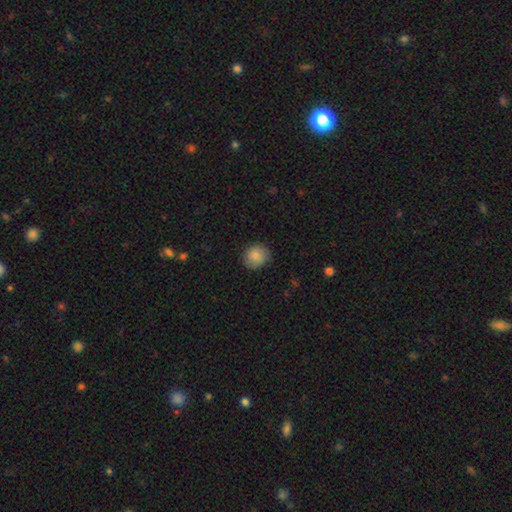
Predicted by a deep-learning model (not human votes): smooth 82%, featured or disk 10%, star or artifact 8%. Down the decision tree: how rounded — round (81%); merging — none (80%).